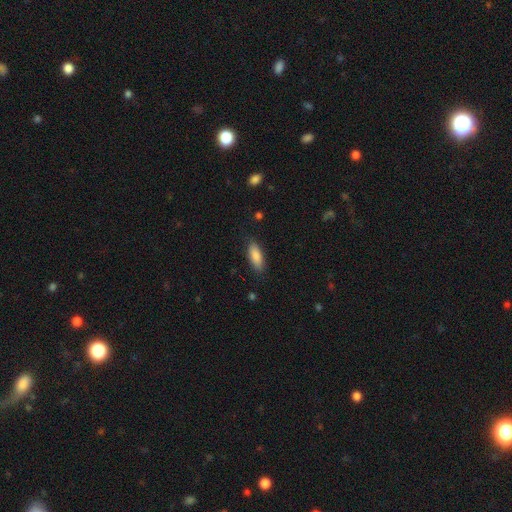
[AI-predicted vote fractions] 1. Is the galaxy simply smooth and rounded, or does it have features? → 87% smooth, 7% featured or disk, 6% star or artifact.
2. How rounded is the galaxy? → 72% in between, 26% cigar-shaped, 2% round.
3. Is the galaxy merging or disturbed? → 84% none, 12% minor disturbance, 3% major disturbance, 1% merger.